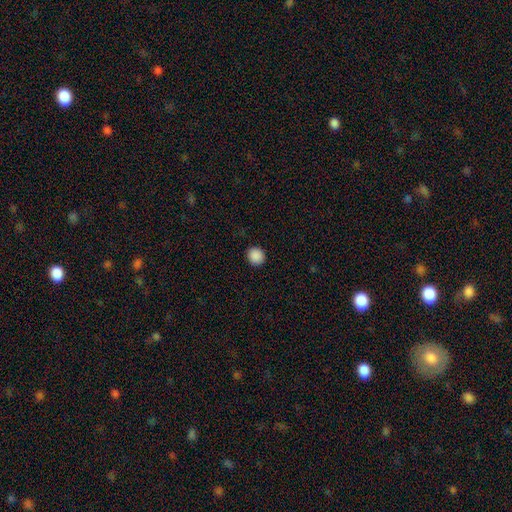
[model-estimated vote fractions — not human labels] Smooth or featured? smooth (89%)
How rounded? round (87%)
Merging? none (92%)